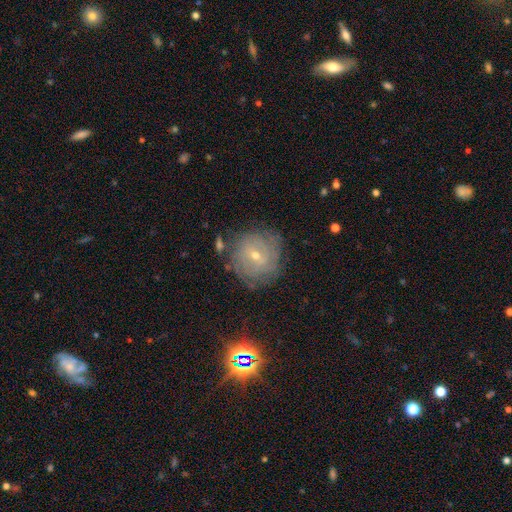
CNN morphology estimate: Smooth or featured? Predicted: featured or disk (p=0.63). Edge-on disk? Predicted: no (p=0.96). Bar? Predicted: weak (p=0.48). Spiral arms? Predicted: yes (p=0.76). Bulge size? Predicted: small (p=0.62). Merging? Predicted: none (p=0.74).